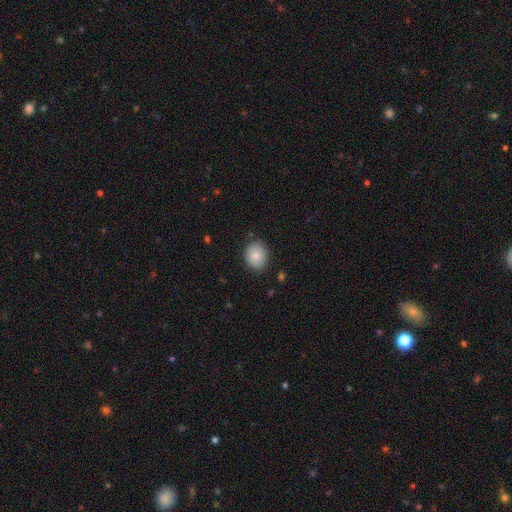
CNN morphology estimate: The model was most divided on "how rounded": round: 59%, in between: 41%, cigar-shaped: 1%. More confident: smooth or featured — smooth (85%); merging — none (84%).